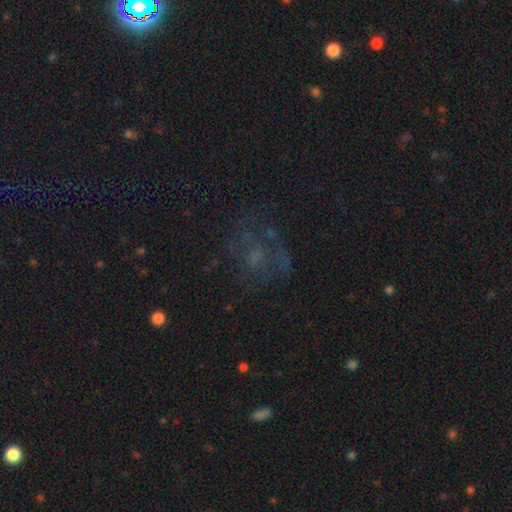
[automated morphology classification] This is marginally a featured or disk galaxy (40%). Merging: possibly none (55%).